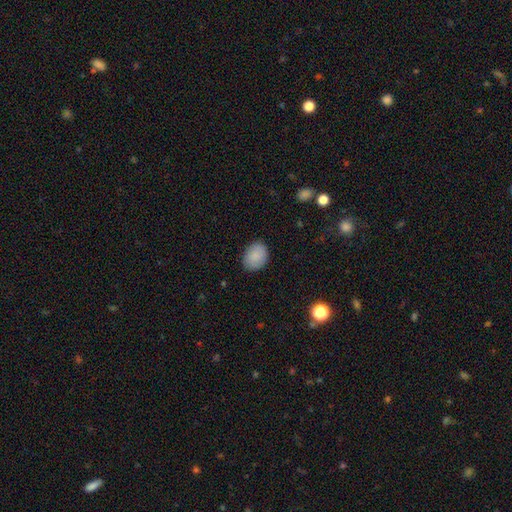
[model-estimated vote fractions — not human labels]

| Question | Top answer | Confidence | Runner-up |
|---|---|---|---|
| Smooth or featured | smooth | 87% | star or artifact (7%) |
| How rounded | in between | 59% | round (40%) |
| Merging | none | 87% | minor disturbance (10%) |